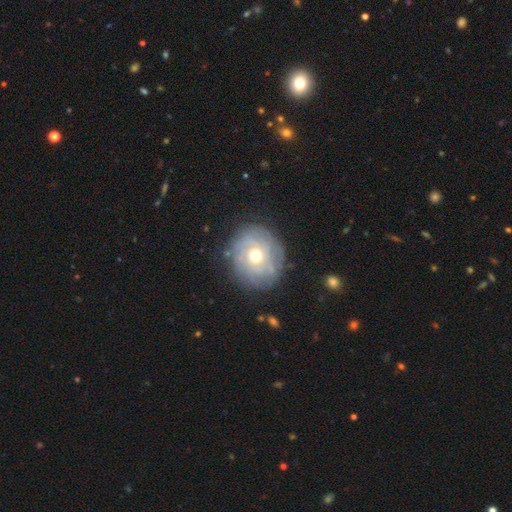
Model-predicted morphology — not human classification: Smooth or featured?
  - featured or disk: 63% *
  - smooth: 28%
  - star or artifact: 9%
Edge-on disk?
  - no: 97% *
  - yes: 3%
Bar?
  - no: 83% *
  - weak: 14%
  - strong: 3%
Spiral arms?
  - yes: 75% *
  - no: 25%
Bulge size?
  - moderate: 63% *
  - small: 32%
  - large: 4%
  - dominant: 1%
  - none: 1%
Merging?
  - none: 80% *
  - minor disturbance: 14%
  - major disturbance: 5%
  - merger: 2%